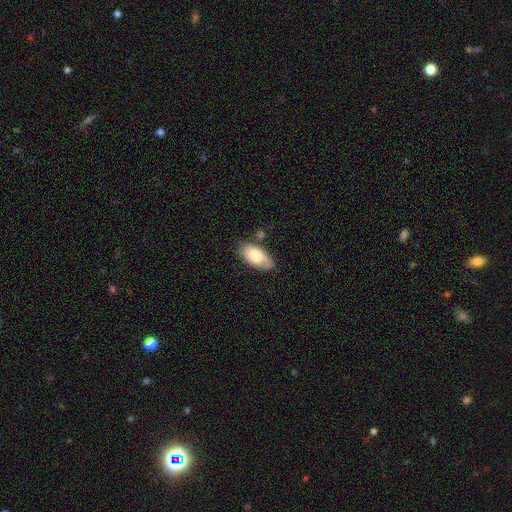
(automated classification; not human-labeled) smooth 80%, featured or disk 13%, star or artifact 6%. Down the decision tree: how rounded — in between (94%); merging — none (67%).